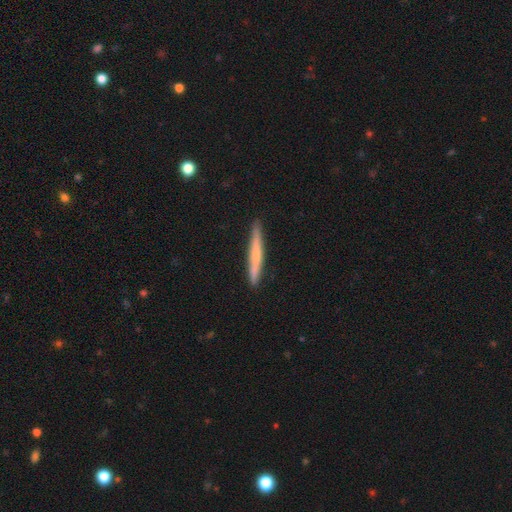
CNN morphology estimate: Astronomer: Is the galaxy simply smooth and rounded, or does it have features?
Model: smooth — 56% (runner-up: featured or disk, 38%).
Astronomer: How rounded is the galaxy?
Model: cigar-shaped — 96%.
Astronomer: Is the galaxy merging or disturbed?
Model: none — 89%.